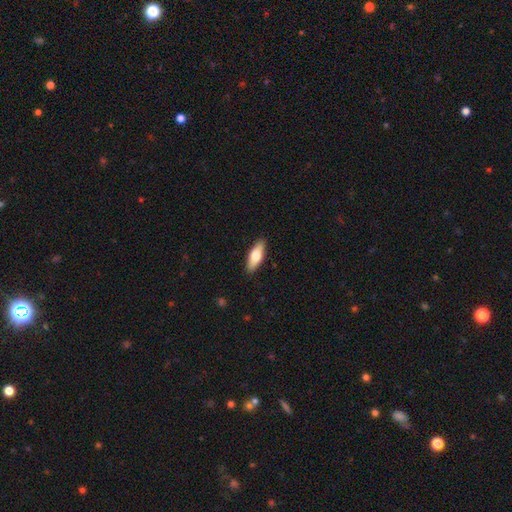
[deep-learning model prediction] Smooth or featured? smooth (70%)
How rounded? in between (66%)
Merging? none (89%)